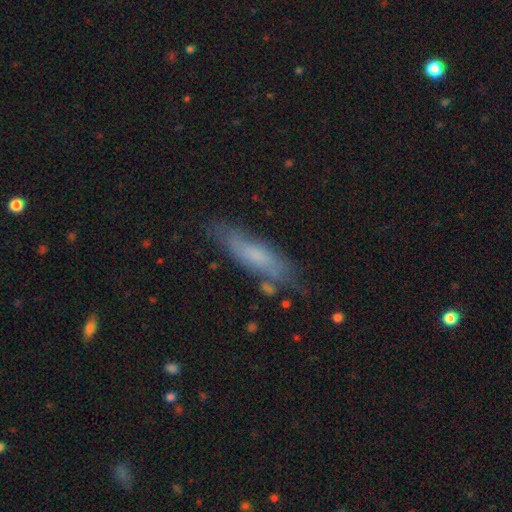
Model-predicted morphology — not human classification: Smooth or featured?
  - smooth: 61% *
  - featured or disk: 31%
  - star or artifact: 8%
How rounded?
  - cigar-shaped: 70% *
  - in between: 28%
  - round: 2%
Merging?
  - none: 72% *
  - minor disturbance: 19%
  - major disturbance: 5%
  - merger: 3%